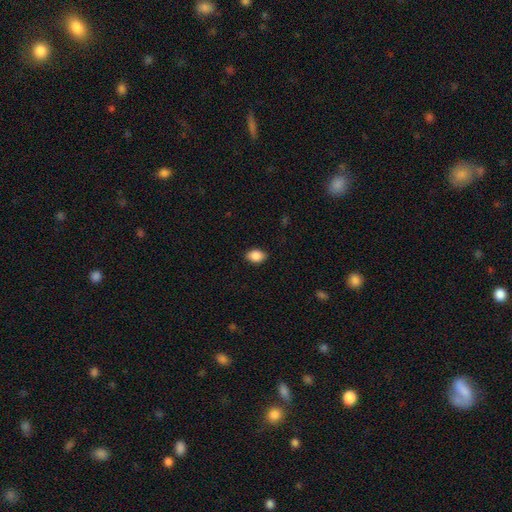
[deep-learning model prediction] smooth_or_featured: smooth (p=0.88) [alt: star or artifact p=0.08]
how_rounded: in between (p=0.79) [alt: round p=0.20]
merging: none (p=0.87) [alt: minor disturbance p=0.10]